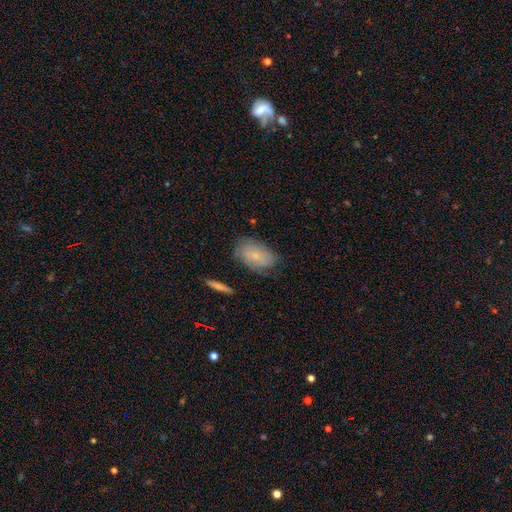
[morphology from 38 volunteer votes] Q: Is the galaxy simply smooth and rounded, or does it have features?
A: smooth — 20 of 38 (53%).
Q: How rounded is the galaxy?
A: in between — 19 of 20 (95%).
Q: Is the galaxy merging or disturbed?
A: none — 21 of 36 (58%).